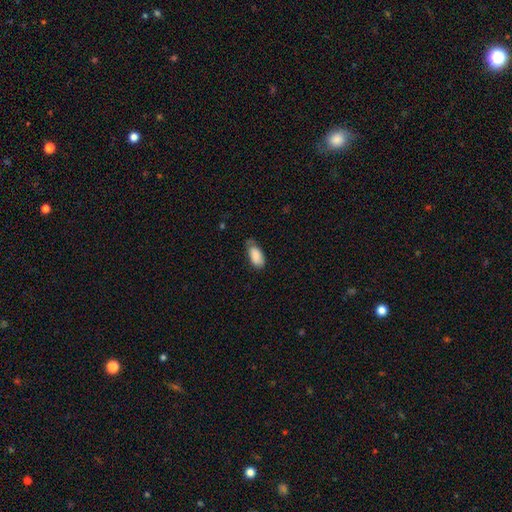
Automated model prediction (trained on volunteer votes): Smooth or featured: smooth — 82% (featured or disk — 11%)
How rounded: in between — 92% (cigar-shaped — 6%)
Merging: none — 49% (minor disturbance — 38%)